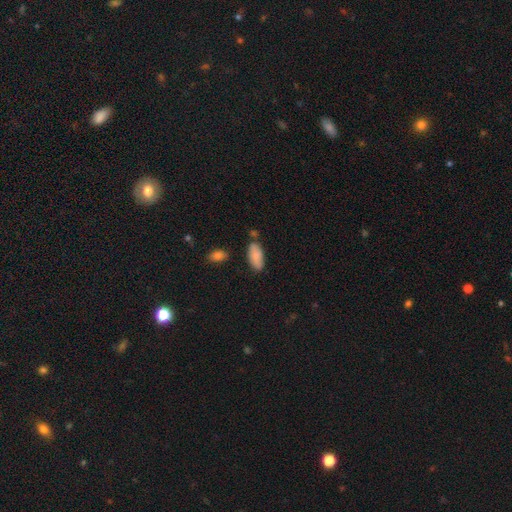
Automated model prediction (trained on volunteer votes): smooth_or_featured: smooth (p=0.83) [alt: featured or disk p=0.10]
how_rounded: in between (p=0.88) [alt: cigar-shaped p=0.09]
merging: none (p=0.69) [alt: minor disturbance p=0.20]